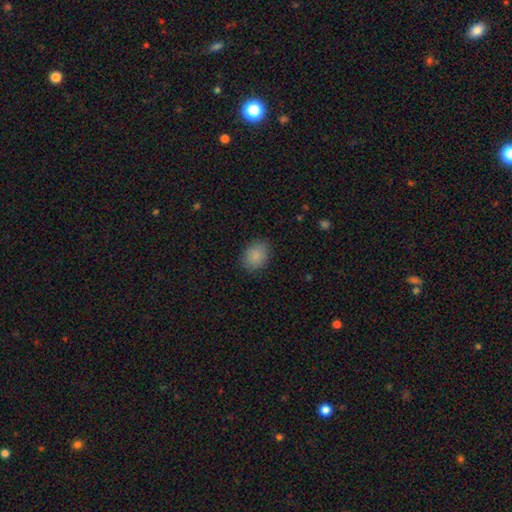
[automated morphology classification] Smooth or featured? smooth (87%)
How rounded? in between (61%)
Merging? none (84%)